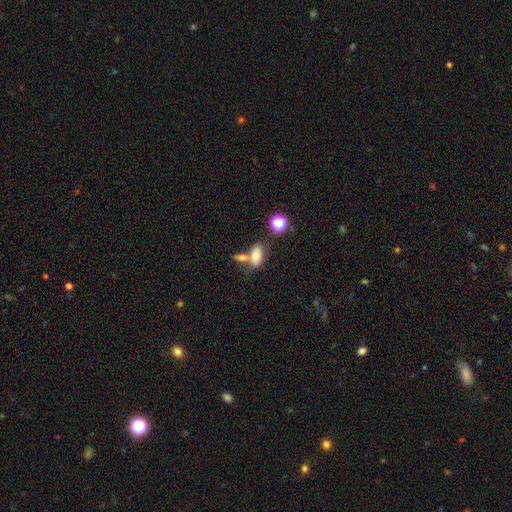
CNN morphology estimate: Q: Smooth or featured?
A: smooth (72%); runner-up: featured or disk (18%)
Q: How rounded?
A: in between (85%); runner-up: round (9%)
Q: Merging?
A: none (42%); runner-up: merger (39%)